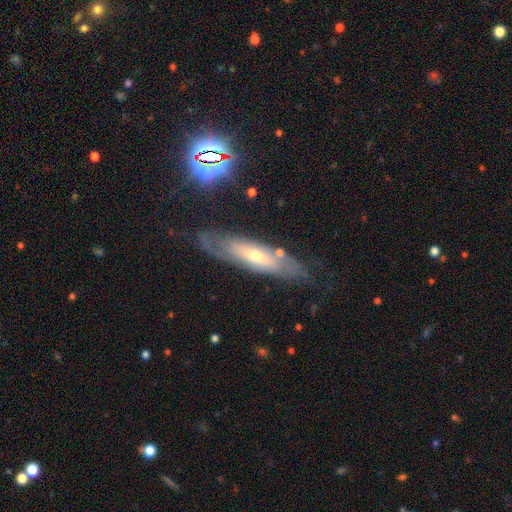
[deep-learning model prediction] smooth_or_featured: featured or disk (p=0.70) [alt: smooth p=0.20]
disk_edge_on: no (p=0.65) [alt: yes p=0.35]
merging: none (p=0.73) [alt: minor disturbance p=0.18]